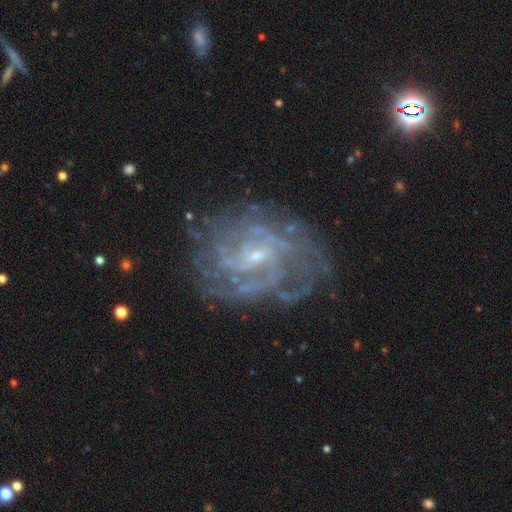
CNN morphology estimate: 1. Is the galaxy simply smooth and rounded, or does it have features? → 87% featured or disk, 7% star or artifact, 5% smooth.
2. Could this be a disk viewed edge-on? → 97% no, 3% yes.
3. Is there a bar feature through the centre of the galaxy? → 52% weak, 35% no, 13% strong.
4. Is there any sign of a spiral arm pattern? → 95% yes, 5% no.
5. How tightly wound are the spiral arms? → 58% tight, 34% medium, 8% loose.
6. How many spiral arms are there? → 35% can't tell, 19% 2, 16% 3, 15% 4, 9% more than 4, 7% 1.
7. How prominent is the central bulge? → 77% small, 16% moderate, 5% none, 1% large, 1% dominant.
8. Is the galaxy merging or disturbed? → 73% none, 16% minor disturbance, 9% major disturbance, 2% merger.